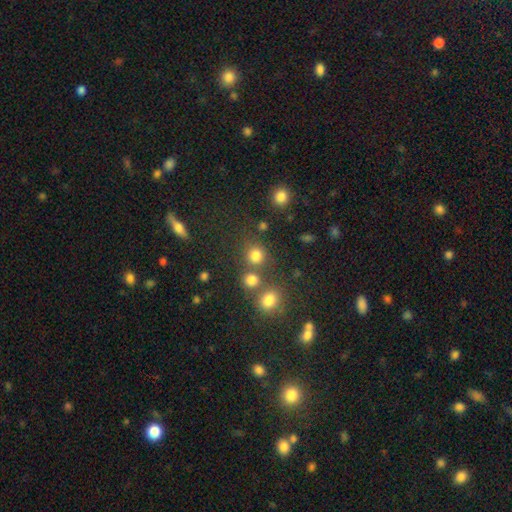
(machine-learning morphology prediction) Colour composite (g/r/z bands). It shows a smooth galaxy with no disk features (78%) that is round (89%). Merging: none (67%).